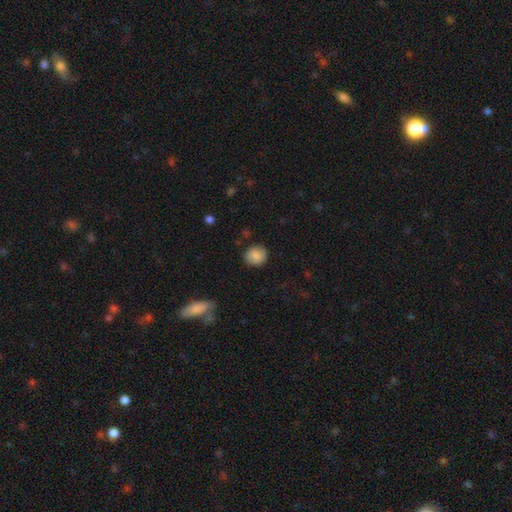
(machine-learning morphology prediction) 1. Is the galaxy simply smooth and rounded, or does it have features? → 86% smooth, 8% star or artifact, 5% featured or disk.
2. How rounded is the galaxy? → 79% round, 20% in between, 1% cigar-shaped.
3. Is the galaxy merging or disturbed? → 86% none, 10% minor disturbance, 3% major disturbance, 1% merger.